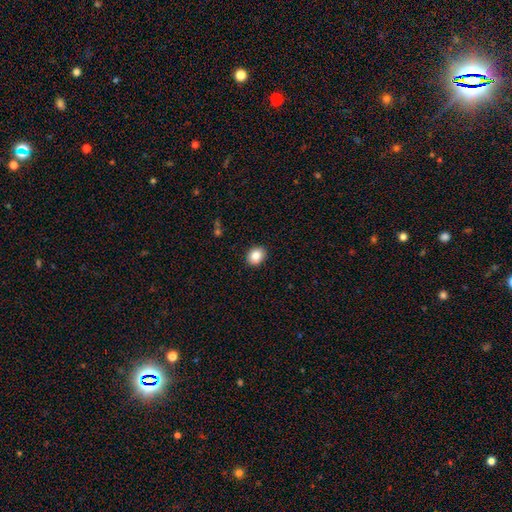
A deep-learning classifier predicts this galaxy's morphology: smooth-or-featured: smooth: 85% | star or artifact: 9% | featured or disk: 6%
  how-rounded: round: 54% | in between: 45% | cigar-shaped: 1%
  merging: none: 90% | minor disturbance: 7% | major disturbance: 2% | merger: 1%